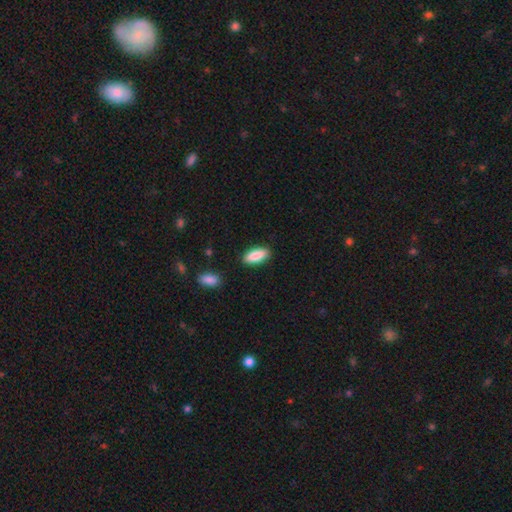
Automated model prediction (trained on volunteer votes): Smooth or featured: smooth — 87% (featured or disk — 7%)
How rounded: in between — 76% (cigar-shaped — 22%)
Merging: none — 86% (minor disturbance — 10%)